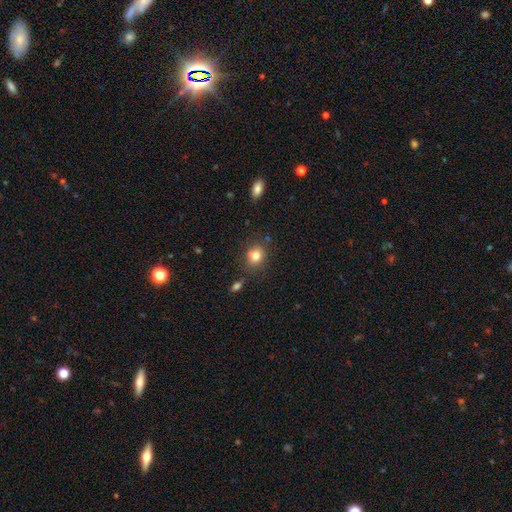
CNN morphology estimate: smooth-or-featured: smooth: 81% | star or artifact: 11% | featured or disk: 8%
  how-rounded: round: 67% | in between: 32% | cigar-shaped: 1%
  merging: none: 77% | minor disturbance: 15% | merger: 5% | major disturbance: 4%